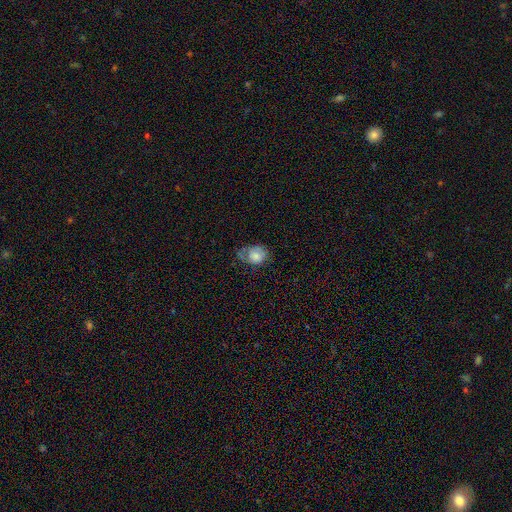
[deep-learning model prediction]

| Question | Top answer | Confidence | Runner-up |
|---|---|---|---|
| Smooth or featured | smooth | 67% | featured or disk (24%) |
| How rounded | in between | 51% | round (48%) |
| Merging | none | 37% | minor disturbance (35%) |